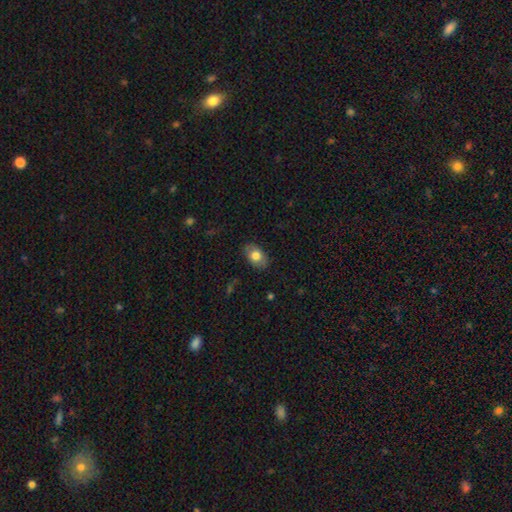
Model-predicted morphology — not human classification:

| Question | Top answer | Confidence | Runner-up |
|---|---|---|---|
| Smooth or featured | smooth | 78% | featured or disk (15%) |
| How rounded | in between | 88% | round (11%) |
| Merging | none | 85% | minor disturbance (12%) |